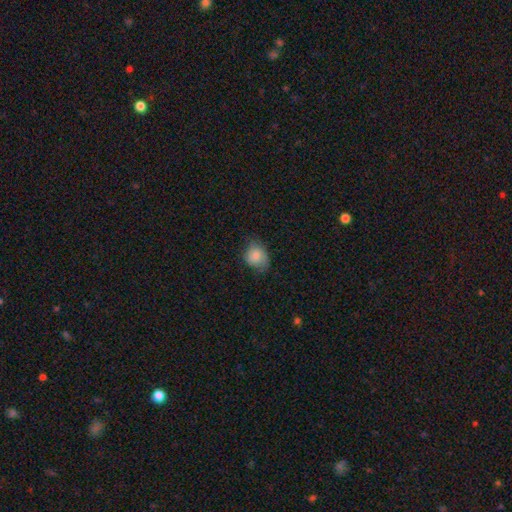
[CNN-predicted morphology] Smooth or featured?
  - smooth: 82% *
  - featured or disk: 10%
  - star or artifact: 8%
How rounded?
  - round: 52% *
  - in between: 47%
  - cigar-shaped: 1%
Merging?
  - none: 62% *
  - minor disturbance: 29%
  - major disturbance: 8%
  - merger: 1%